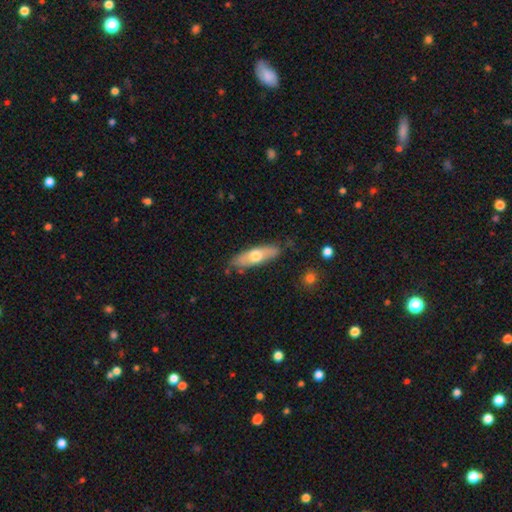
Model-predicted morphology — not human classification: This is possibly a smooth galaxy (56%). How rounded: possibly cigar-shaped (53%). Merging: likely none (77%).